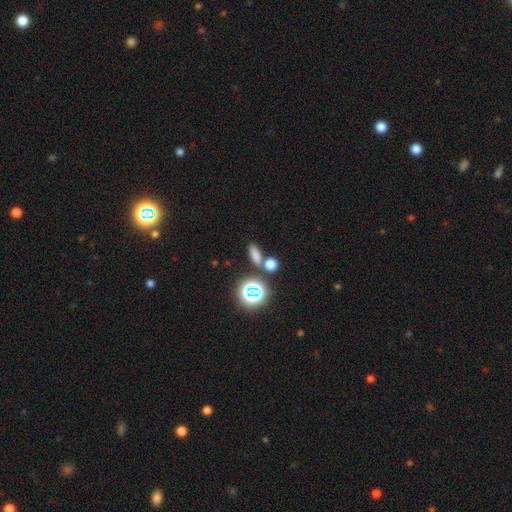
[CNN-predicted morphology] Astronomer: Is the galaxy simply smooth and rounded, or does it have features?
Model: smooth — 71%.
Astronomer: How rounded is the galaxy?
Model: in between — 65%.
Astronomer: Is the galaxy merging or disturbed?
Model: none — 72%.